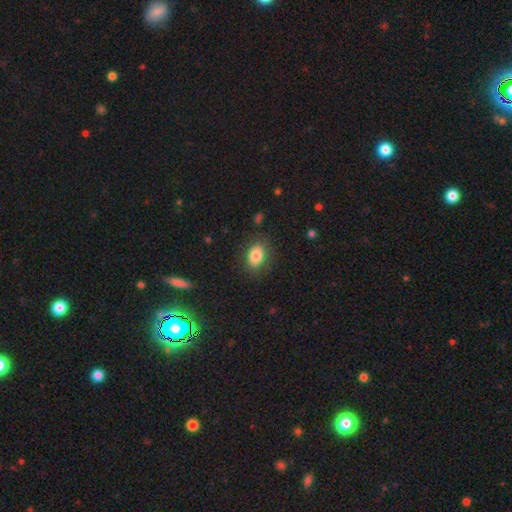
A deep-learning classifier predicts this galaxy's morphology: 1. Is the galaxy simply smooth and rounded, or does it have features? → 82% smooth, 9% featured or disk, 9% star or artifact.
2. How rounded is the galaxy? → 74% in between, 25% round, 1% cigar-shaped.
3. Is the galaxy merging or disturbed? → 81% none, 13% minor disturbance, 4% major disturbance, 1% merger.